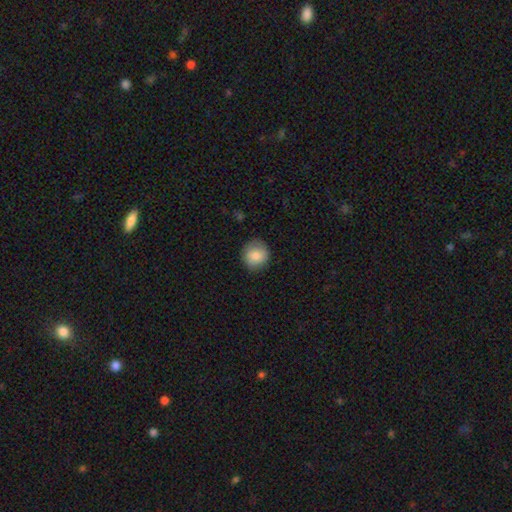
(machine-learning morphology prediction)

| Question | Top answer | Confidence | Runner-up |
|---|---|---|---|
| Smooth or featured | smooth | 83% | featured or disk (9%) |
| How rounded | round | 90% | in between (9%) |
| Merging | none | 82% | minor disturbance (14%) |